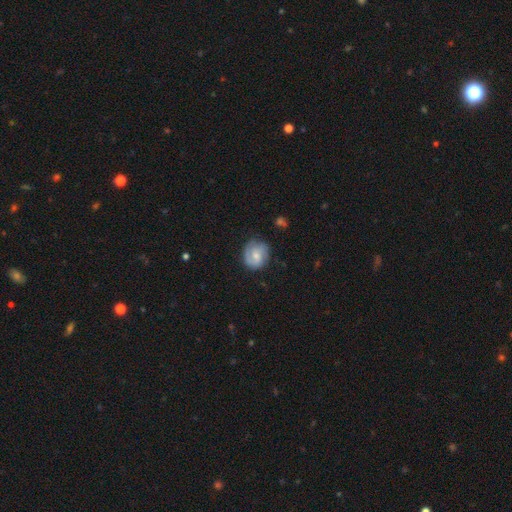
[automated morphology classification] Smooth or featured?
  - featured or disk: 47% *
  - smooth: 46%
  - star or artifact: 7%
Merging?
  - none: 71% *
  - minor disturbance: 22%
  - major disturbance: 6%
  - merger: 2%